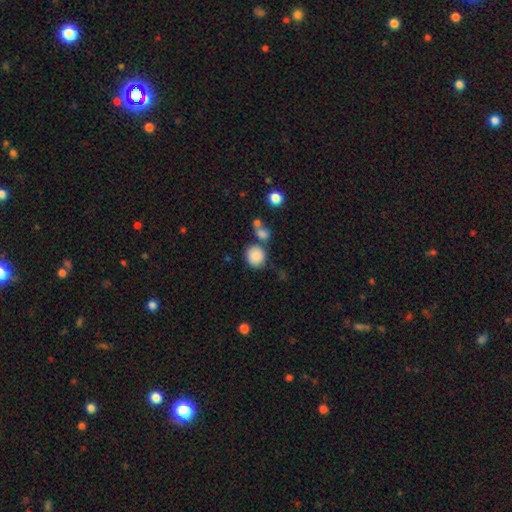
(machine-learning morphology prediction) A smooth galaxy with no disk features (86%) that is round (85%).

Vote fractions:
- Smooth or featured? smooth: 86% / star or artifact: 9% / featured or disk: 5%
- How rounded? round: 85% / in between: 14% / cigar-shaped: 1%
- Merging? none: 69% / merger: 15% / minor disturbance: 12% / major disturbance: 4%